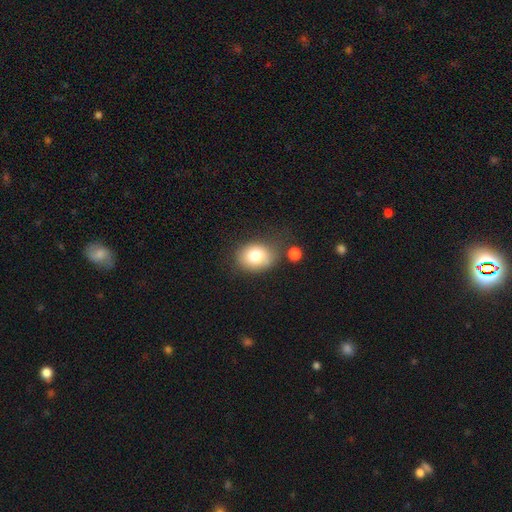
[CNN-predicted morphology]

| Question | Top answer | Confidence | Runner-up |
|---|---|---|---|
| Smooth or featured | smooth | 80% | featured or disk (11%) |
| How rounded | in between | 55% | round (44%) |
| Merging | none | 66% | minor disturbance (19%) |